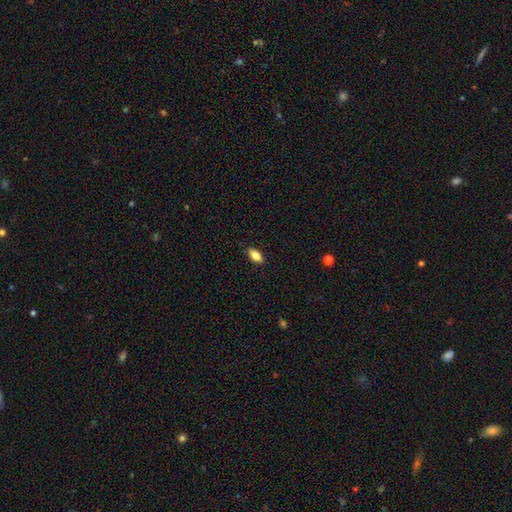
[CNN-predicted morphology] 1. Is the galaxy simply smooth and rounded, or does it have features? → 82% smooth, 10% featured or disk, 8% star or artifact.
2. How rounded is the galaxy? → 87% in between, 10% cigar-shaped, 3% round.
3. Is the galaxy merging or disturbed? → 87% none, 10% minor disturbance, 2% major disturbance, 1% merger.